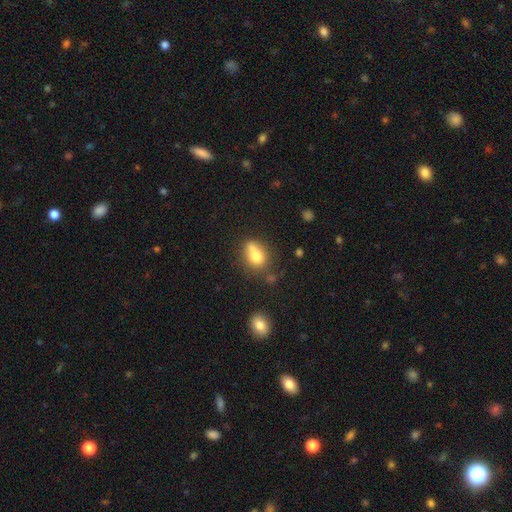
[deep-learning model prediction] Morphology: type=smooth (72%); roundness=round (57%); merging=merger (40%).